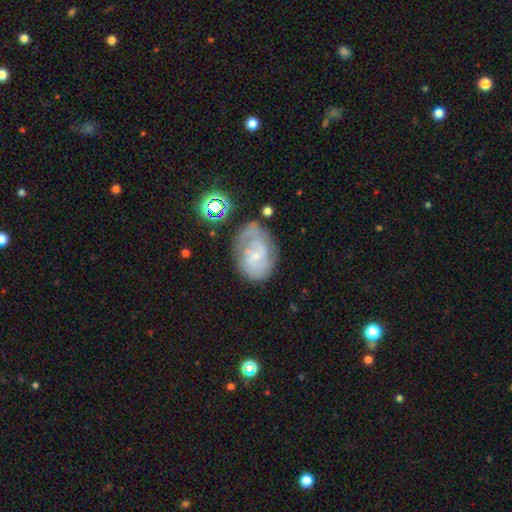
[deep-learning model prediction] Smooth or featured: featured or disk — 74% (smooth — 18%)
Edge-on disk: no — 97% (yes — 3%)
Bar: no — 50% (weak — 42%)
Spiral arms: yes — 88% (no — 12%)
Spiral winding: tight — 42% (tied with medium — 42%)
Spiral arm count: 2 — 51% (can't tell — 28%)
Bulge size: small — 75% (moderate — 15%)
Merging: none — 56% (minor disturbance — 25%)